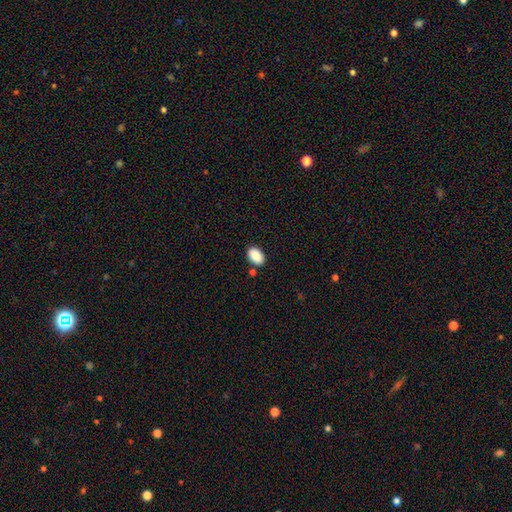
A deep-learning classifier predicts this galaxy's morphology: Overall: smooth (90%). How rounded: in between (90%). Merging: none (84%).